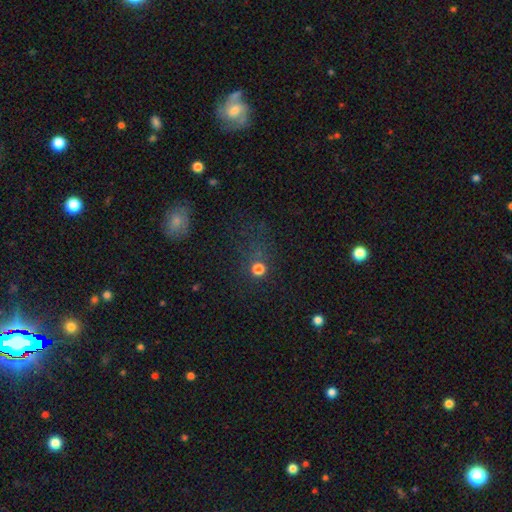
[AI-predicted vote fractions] smooth_or_featured: smooth (p=0.43) [alt: star or artifact p=0.42]
merging: none (p=0.56) [alt: major disturbance p=0.20]